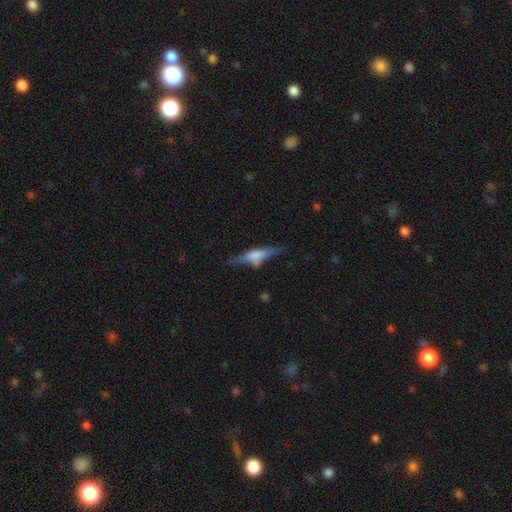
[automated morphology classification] featured or disk 48%, smooth 44%, star or artifact 8%. Down the decision tree: merging — none (67%).